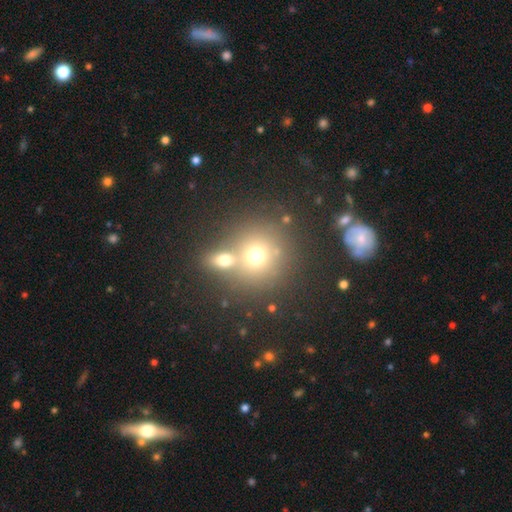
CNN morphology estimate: Smooth or featured?
  - smooth: 69% *
  - star or artifact: 16%
  - featured or disk: 15%
How rounded?
  - round: 86% *
  - in between: 13%
  - cigar-shaped: 1%
Merging?
  - none: 50% *
  - merger: 38%
  - minor disturbance: 8%
  - major disturbance: 4%